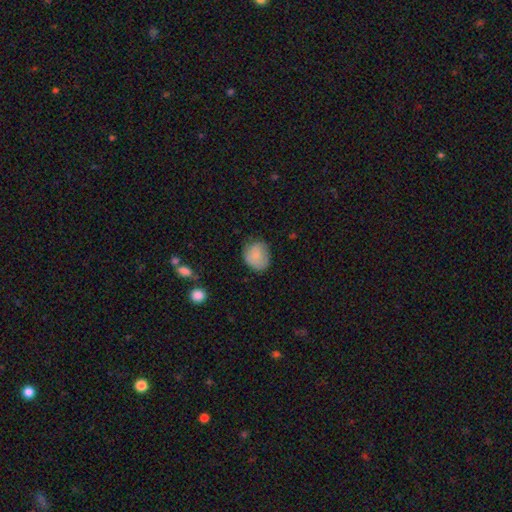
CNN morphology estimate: This is clearly a smooth galaxy (81%). How rounded: likely round (62%). Merging: likely none (65%).